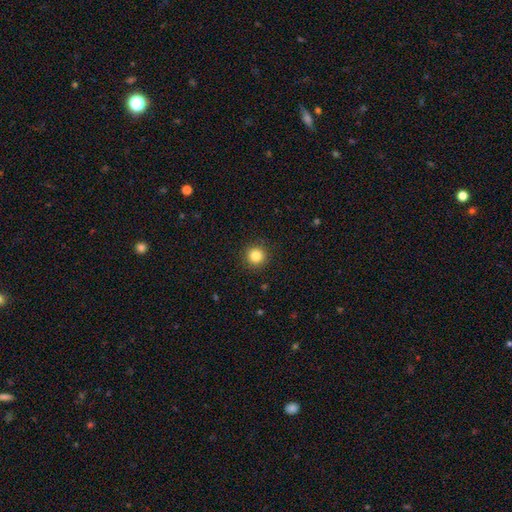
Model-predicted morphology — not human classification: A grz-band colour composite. It shows a smooth galaxy with no disk features (84%) that is round (95%). Merging: none (92%).